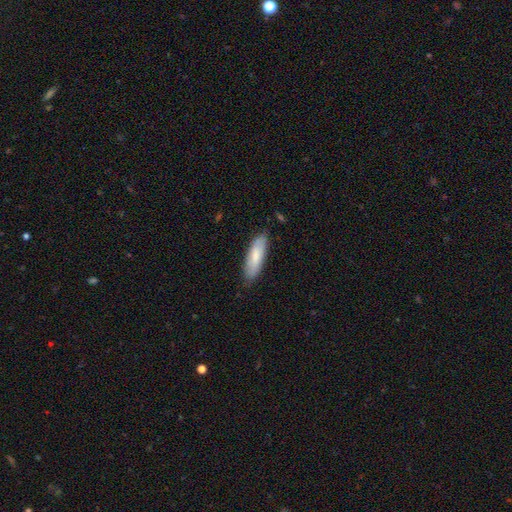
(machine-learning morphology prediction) A smooth galaxy with no disk features (76%) that is in between round and cigar-shaped (57%). Merging: none (79%).